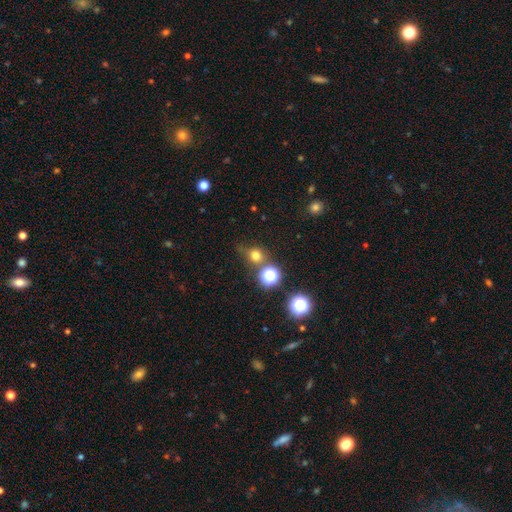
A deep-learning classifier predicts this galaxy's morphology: A smooth galaxy with no disk features (68%) that is round (85%). Merging: none (67%).